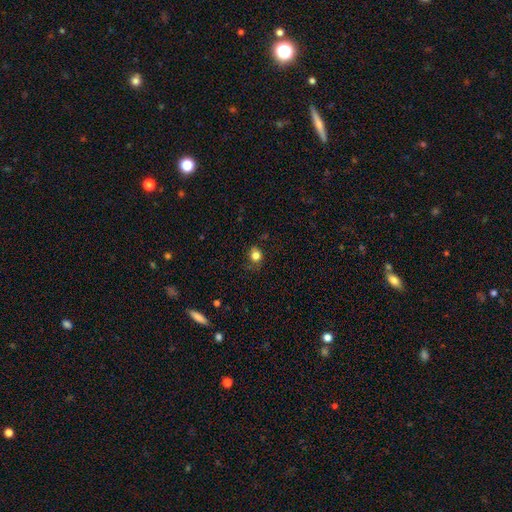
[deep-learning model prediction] Smooth or featured: smooth — 80% (star or artifact — 13%)
How rounded: round — 73% (in between — 26%)
Merging: none — 73% (minor disturbance — 19%)